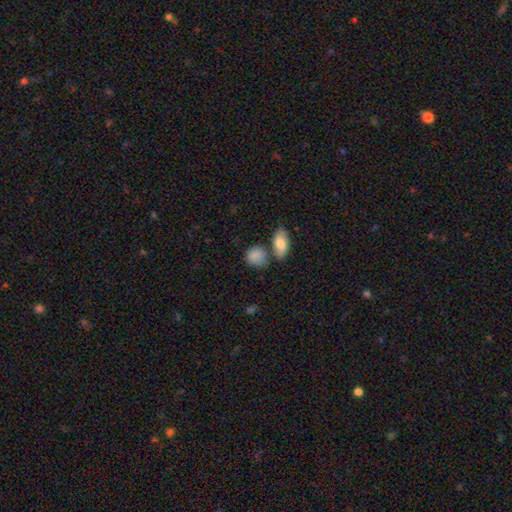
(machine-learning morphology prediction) Q: Smooth or featured?
A: smooth (85%); runner-up: star or artifact (8%)
Q: How rounded?
A: round (52%); runner-up: in between (46%)
Q: Merging?
A: none (53%); runner-up: merger (22%)